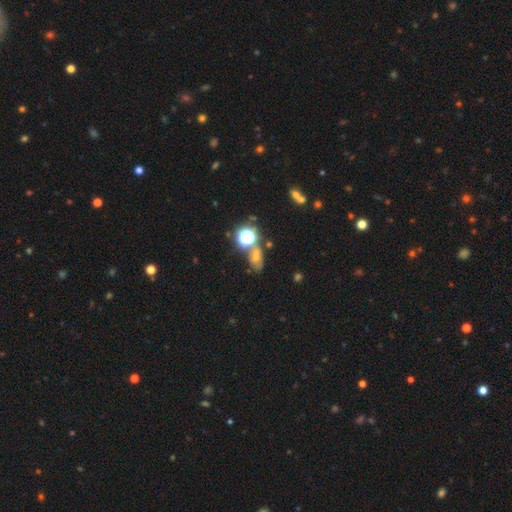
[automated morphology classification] Smooth or featured? smooth (43%)
Merging? none (53%)